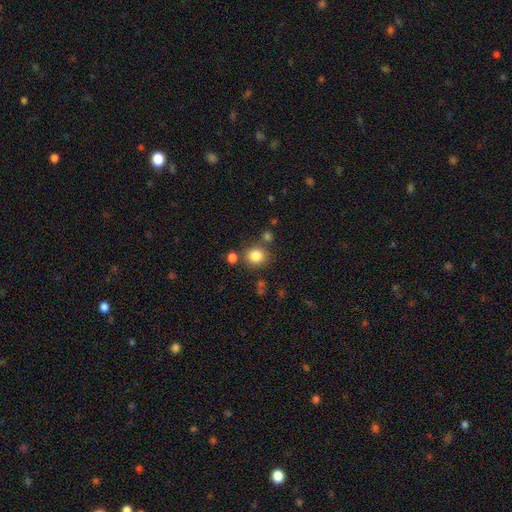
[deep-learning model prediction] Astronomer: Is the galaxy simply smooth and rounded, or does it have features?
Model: smooth — 83%.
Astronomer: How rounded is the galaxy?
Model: round — 83%.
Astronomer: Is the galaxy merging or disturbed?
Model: none — 76%.